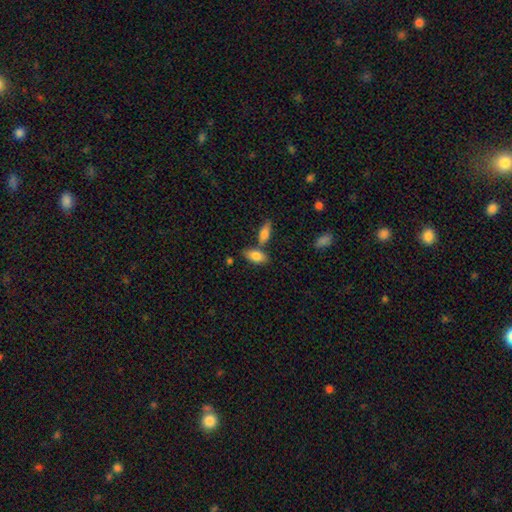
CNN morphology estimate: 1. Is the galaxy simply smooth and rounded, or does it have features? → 81% smooth, 12% featured or disk, 7% star or artifact.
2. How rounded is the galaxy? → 88% in between, 9% cigar-shaped, 3% round.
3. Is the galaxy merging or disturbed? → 61% none, 24% merger, 12% minor disturbance, 3% major disturbance.